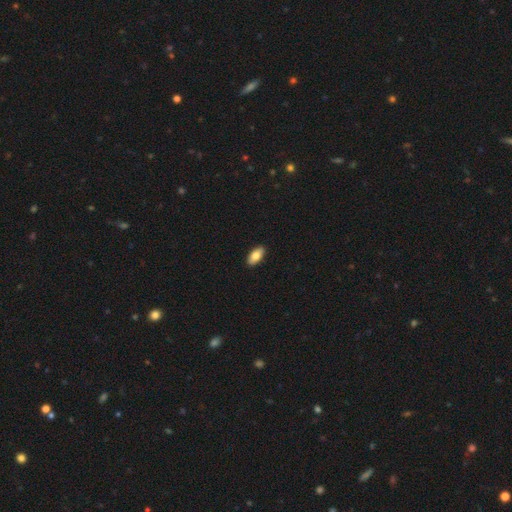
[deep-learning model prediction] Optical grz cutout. It shows a smooth galaxy with no disk features (82%) that is in between round and cigar-shaped (91%). Merging: none (90%).